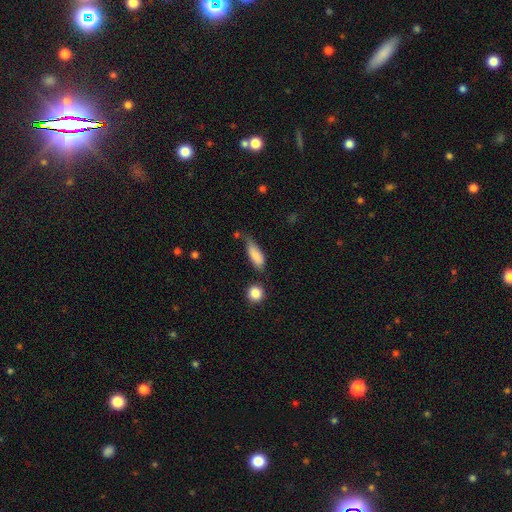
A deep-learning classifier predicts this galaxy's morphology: smooth 82%, featured or disk 11%, star or artifact 7%. Down the decision tree: how rounded — in between (64%); merging — none (46%).